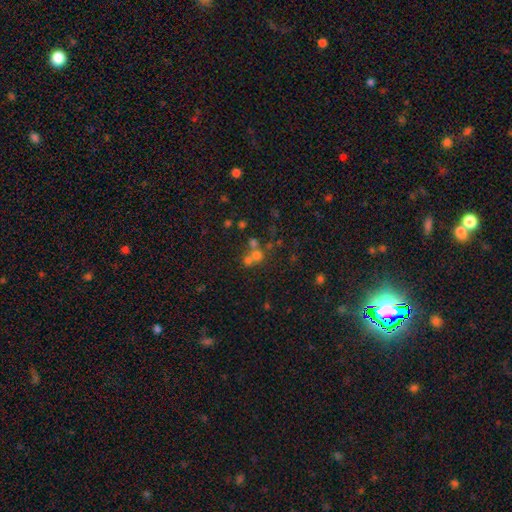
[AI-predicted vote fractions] A smooth galaxy with no disk features (54%) that is round (85%).

Vote fractions:
- Smooth or featured? smooth: 54% / star or artifact: 26% / featured or disk: 20%
- How rounded? round: 85% / in between: 14% / cigar-shaped: 1%
- Merging? merger: 48% / none: 41% / minor disturbance: 6% / major disturbance: 4%